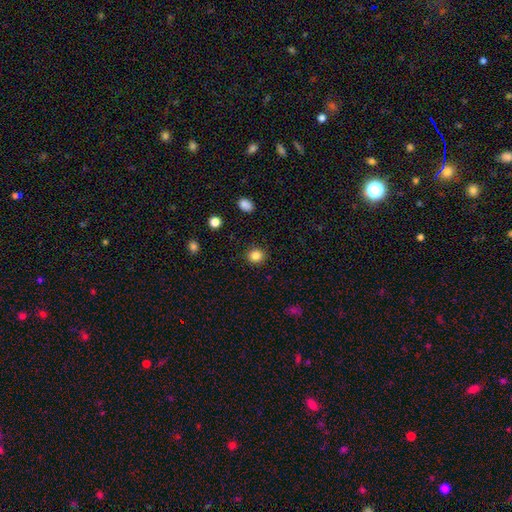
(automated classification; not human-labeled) Q: Smooth or featured?
A: smooth (85%); runner-up: star or artifact (11%)
Q: How rounded?
A: round (81%); runner-up: in between (18%)
Q: Merging?
A: none (91%); runner-up: minor disturbance (6%)